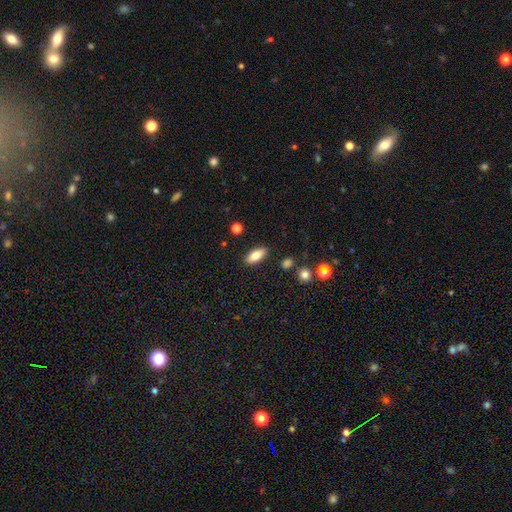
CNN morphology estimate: This appears to be a smooth galaxy with no disk features (76%) that is in between round and cigar-shaped (81%). Merging: none (88%).